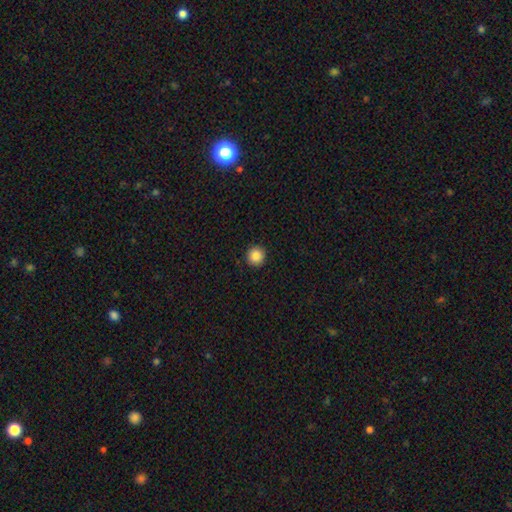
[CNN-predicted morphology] This appears to be a smooth galaxy with no disk features (87%) that is round (95%). Merging: none (93%).